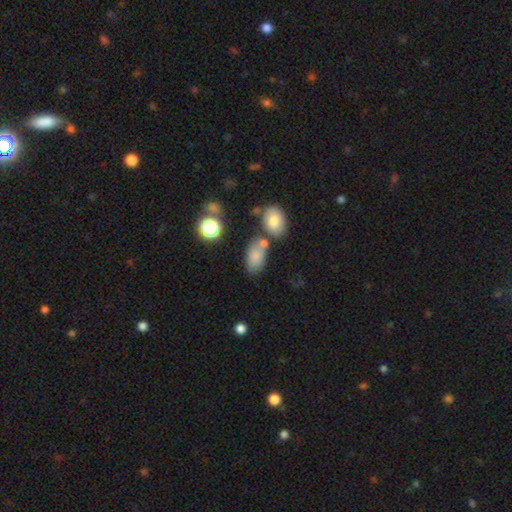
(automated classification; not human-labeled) This is likely a smooth galaxy (77%). How rounded: clearly in between (90%). Merging: possibly none (57%).